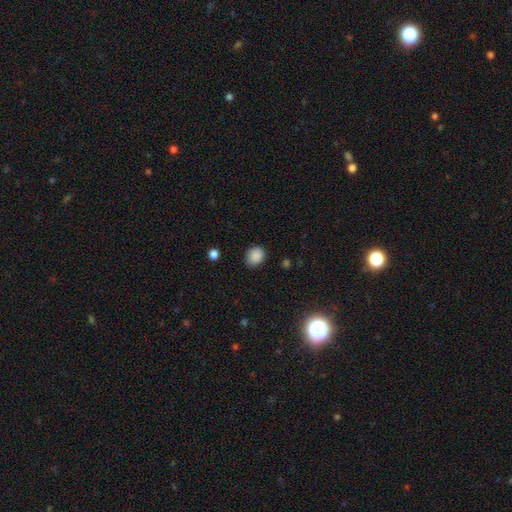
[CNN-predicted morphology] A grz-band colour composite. It shows a smooth galaxy with no disk features (88%) that is round (60%). Merging: none (82%).